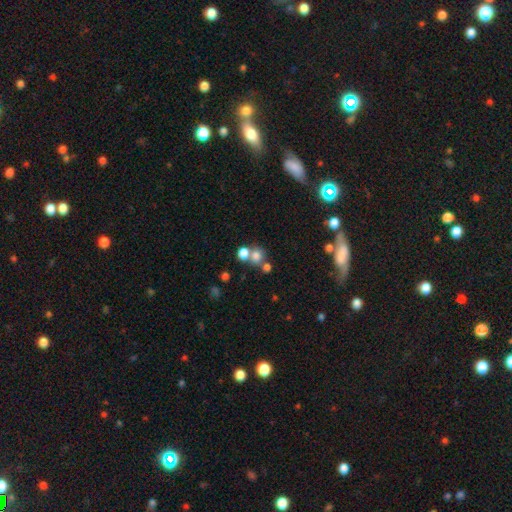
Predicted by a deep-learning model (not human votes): Smooth or featured? smooth (71%)
How rounded? round (78%)
Merging? none (48%)